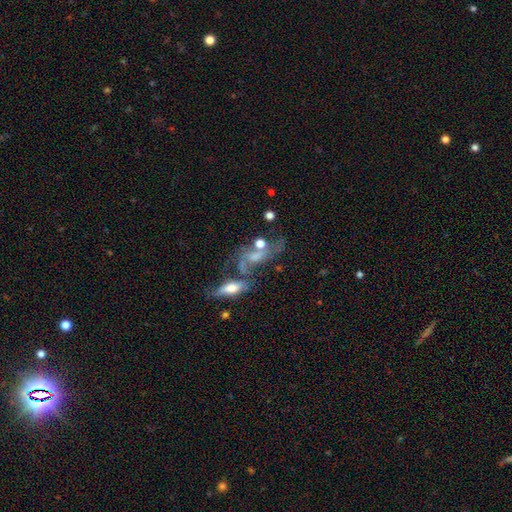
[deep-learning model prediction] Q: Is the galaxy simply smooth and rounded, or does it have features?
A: featured or disk — 64%.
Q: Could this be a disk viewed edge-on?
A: no — 83%.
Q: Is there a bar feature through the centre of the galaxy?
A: no — 62%.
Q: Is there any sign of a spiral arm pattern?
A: yes — 72%.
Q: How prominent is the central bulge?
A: moderate — 38%.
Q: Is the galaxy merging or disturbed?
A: merger — 38%.